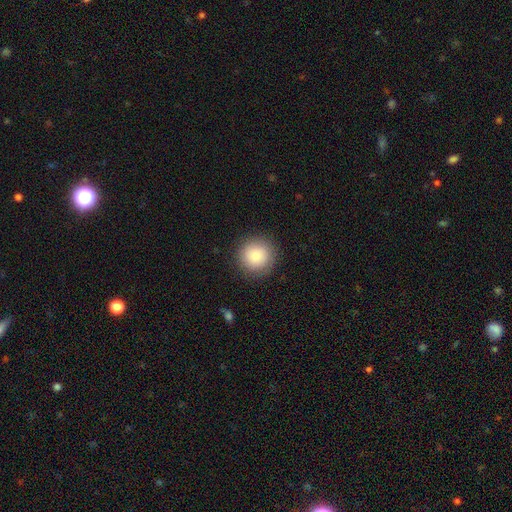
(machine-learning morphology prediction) Smooth or featured: smooth — 82% (star or artifact — 9%)
How rounded: round — 95% (in between — 4%)
Merging: none — 89% (minor disturbance — 7%)